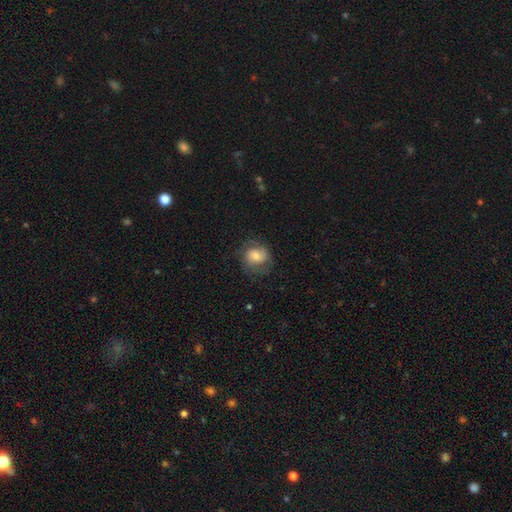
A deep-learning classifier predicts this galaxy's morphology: A featured or disk galaxy (47%). Merging: none (69%).